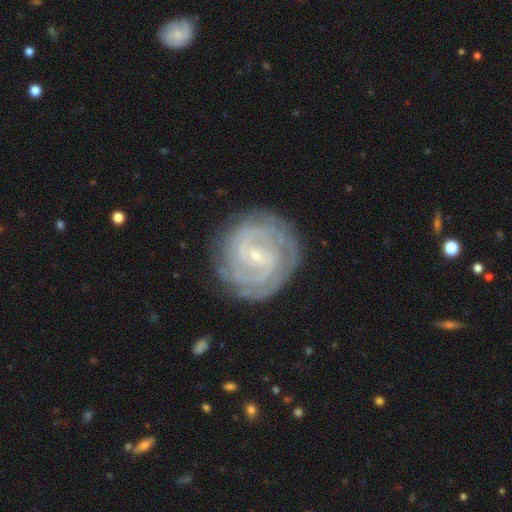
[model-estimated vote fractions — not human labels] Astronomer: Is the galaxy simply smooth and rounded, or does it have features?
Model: featured or disk — 86%.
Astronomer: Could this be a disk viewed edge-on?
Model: no — 97%.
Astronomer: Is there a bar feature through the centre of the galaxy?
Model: weak — 50% (runner-up: no, 29%).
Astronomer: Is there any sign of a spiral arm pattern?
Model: yes — 96%.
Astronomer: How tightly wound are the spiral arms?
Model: tight — 76%.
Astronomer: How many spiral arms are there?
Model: can't tell — 32% (runner-up: 2, 29%).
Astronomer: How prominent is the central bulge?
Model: small — 84%.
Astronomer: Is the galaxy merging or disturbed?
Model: none — 81%.